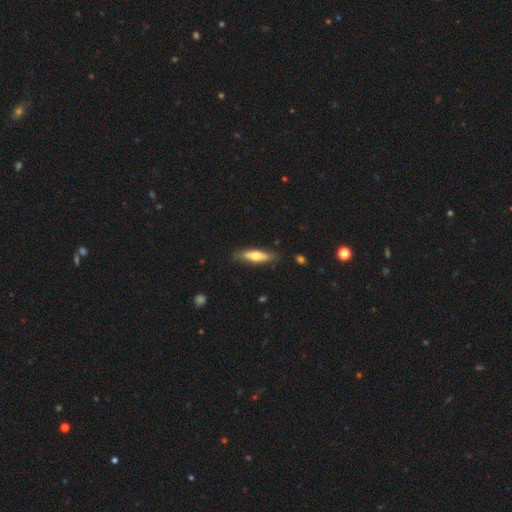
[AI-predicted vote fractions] smooth-or-featured: smooth: 55% | featured or disk: 39% | star or artifact: 5%
  how-rounded: cigar-shaped: 64% | in between: 33% | round: 2%
  merging: none: 83% | minor disturbance: 13% | major disturbance: 2% | merger: 1%